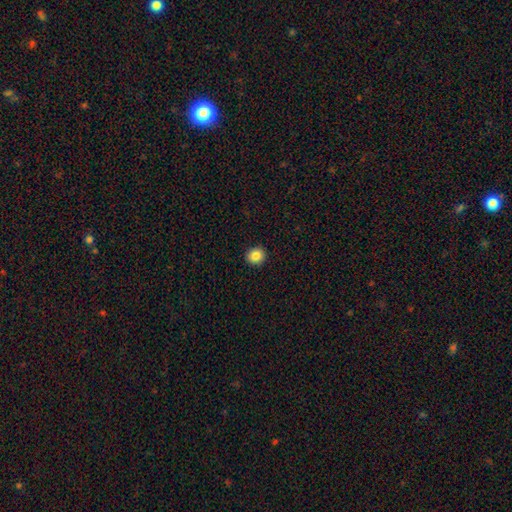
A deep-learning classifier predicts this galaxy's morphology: smooth-or-featured: smooth: 85% | star or artifact: 10% | featured or disk: 5%
  how-rounded: round: 80% | in between: 19% | cigar-shaped: 1%
  merging: none: 92% | minor disturbance: 5% | major disturbance: 2% | merger: 1%